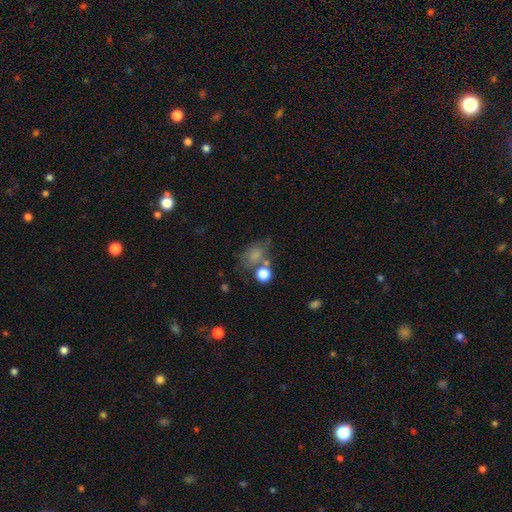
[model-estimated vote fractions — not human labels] Morphology: type=smooth (70%); roundness=in between (62%); merging=none (41%).